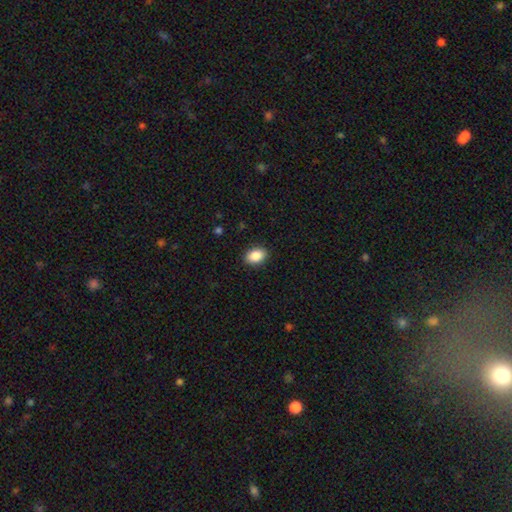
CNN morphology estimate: smooth_or_featured: smooth (p=0.89) [alt: star or artifact p=0.07]
how_rounded: in between (p=0.84) [alt: round p=0.15]
merging: none (p=0.90) [alt: minor disturbance p=0.08]